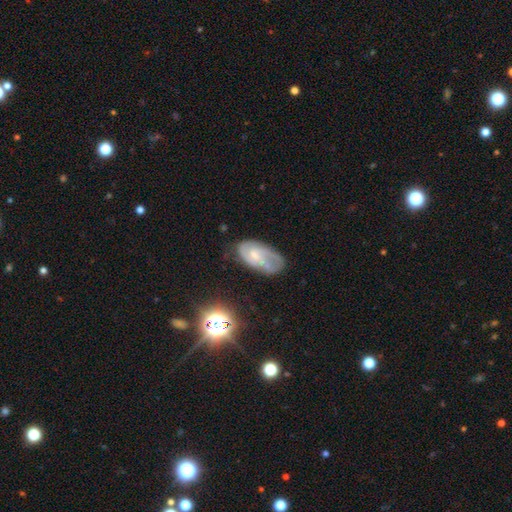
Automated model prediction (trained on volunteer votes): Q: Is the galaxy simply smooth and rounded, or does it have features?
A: featured or disk — 63%.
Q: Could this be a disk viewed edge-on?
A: no — 95%.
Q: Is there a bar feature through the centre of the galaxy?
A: no — 61%.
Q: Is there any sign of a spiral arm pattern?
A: yes — 83%.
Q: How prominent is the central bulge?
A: small — 60%.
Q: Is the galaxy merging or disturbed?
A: none — 53%.